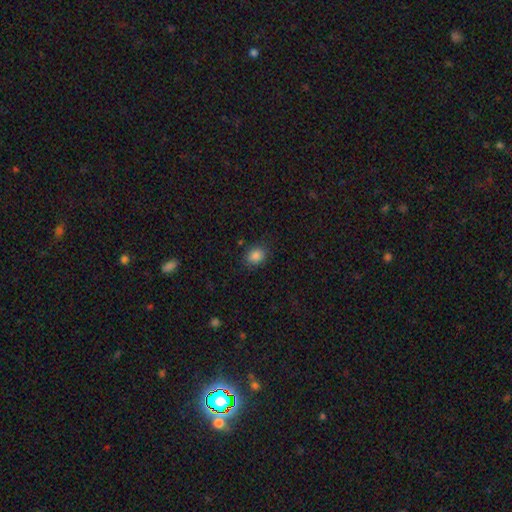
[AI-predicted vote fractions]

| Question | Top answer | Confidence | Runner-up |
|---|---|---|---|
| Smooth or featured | smooth | 86% | star or artifact (10%) |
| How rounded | in between | 51% | round (48%) |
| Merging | none | 84% | minor disturbance (11%) |